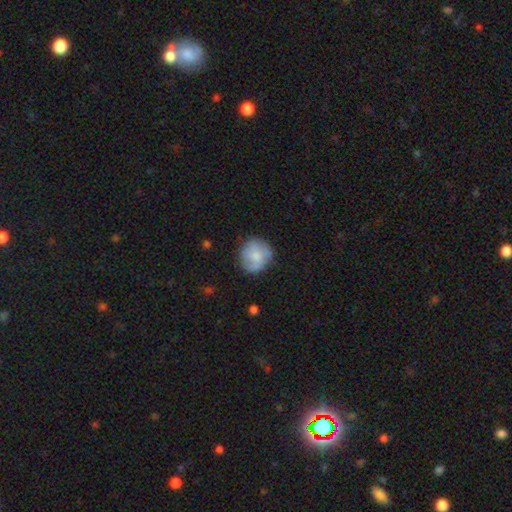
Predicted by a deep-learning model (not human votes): smooth_or_featured: smooth (p=0.63) [alt: featured or disk p=0.30]
how_rounded: round (p=0.88) [alt: in between p=0.11]
merging: none (p=0.75) [alt: minor disturbance p=0.18]